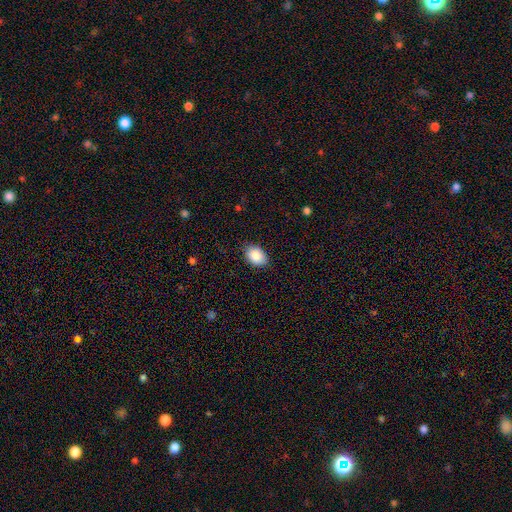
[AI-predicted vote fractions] Smooth or featured? Predicted: smooth (p=0.87). How rounded? Predicted: in between (p=0.77). Merging? Predicted: none (p=0.83).